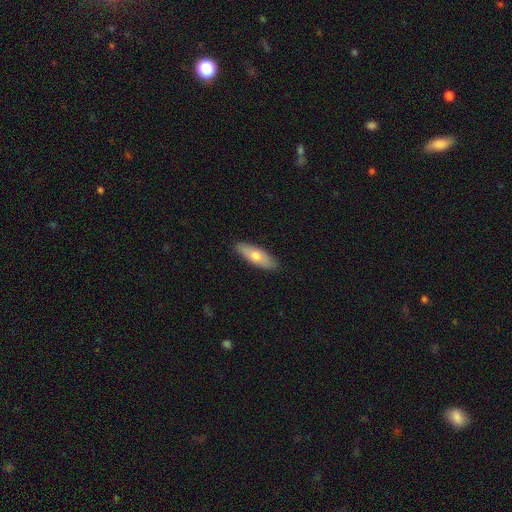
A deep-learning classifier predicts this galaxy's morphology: Smooth or featured? Predicted: smooth (p=0.66). How rounded? Predicted: in between (p=0.57). Merging? Predicted: none (p=0.89).